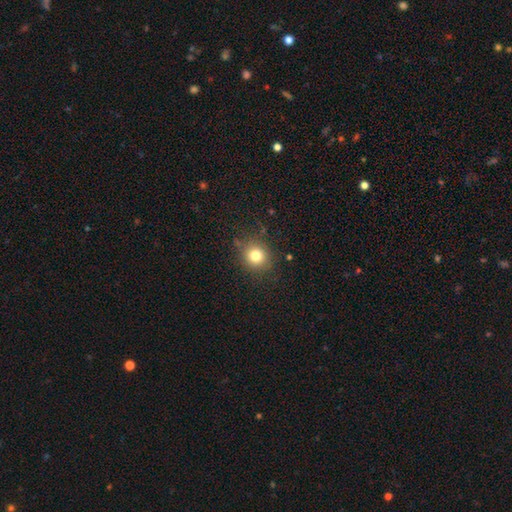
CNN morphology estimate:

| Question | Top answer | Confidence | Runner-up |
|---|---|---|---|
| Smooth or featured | smooth | 78% | star or artifact (13%) |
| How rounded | round | 86% | in between (13%) |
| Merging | none | 84% | minor disturbance (11%) |